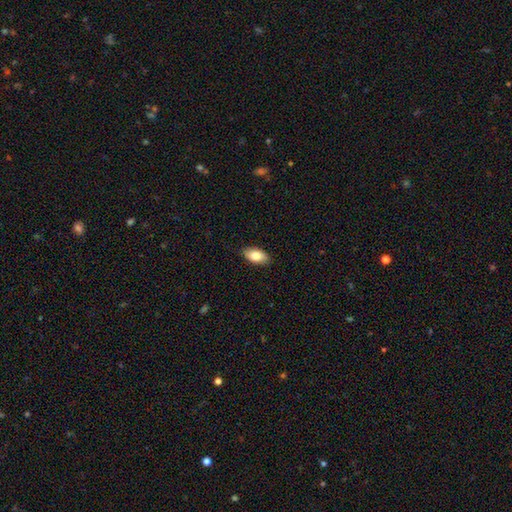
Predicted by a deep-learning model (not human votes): This appears to be a smooth galaxy with no disk features (82%) that is in between round and cigar-shaped (93%). Merging: none (87%).